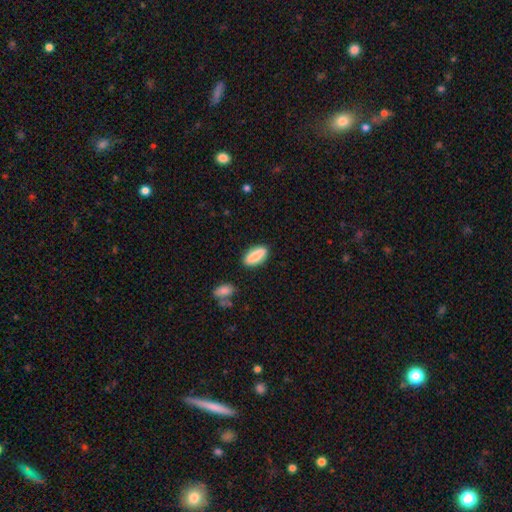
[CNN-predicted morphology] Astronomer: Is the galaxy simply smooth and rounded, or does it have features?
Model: smooth — 86%.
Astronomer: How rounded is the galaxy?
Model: in between — 69%.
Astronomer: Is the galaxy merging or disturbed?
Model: none — 85%.